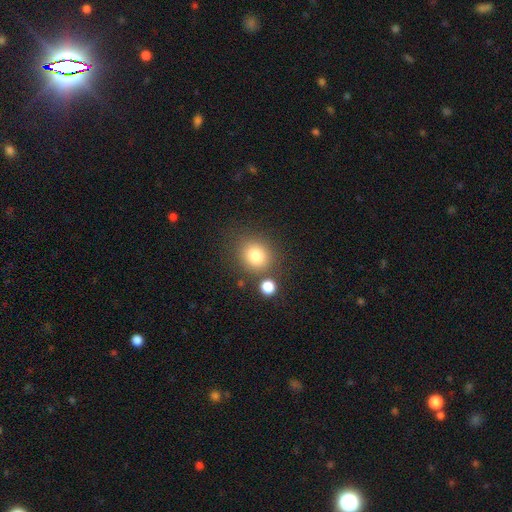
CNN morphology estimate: Smooth or featured? Predicted: smooth (p=0.81). How rounded? Predicted: round (p=0.81). Merging? Predicted: none (p=0.74).